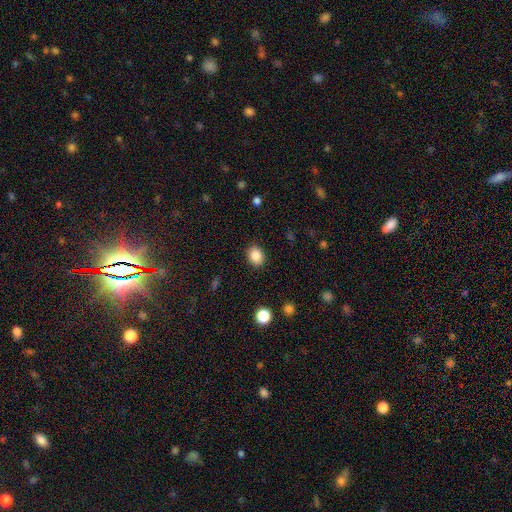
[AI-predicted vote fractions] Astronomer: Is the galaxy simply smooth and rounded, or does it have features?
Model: smooth — 86%.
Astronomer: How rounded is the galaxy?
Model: round — 50% (runner-up: in between, 49%).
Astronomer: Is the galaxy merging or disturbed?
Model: none — 89%.